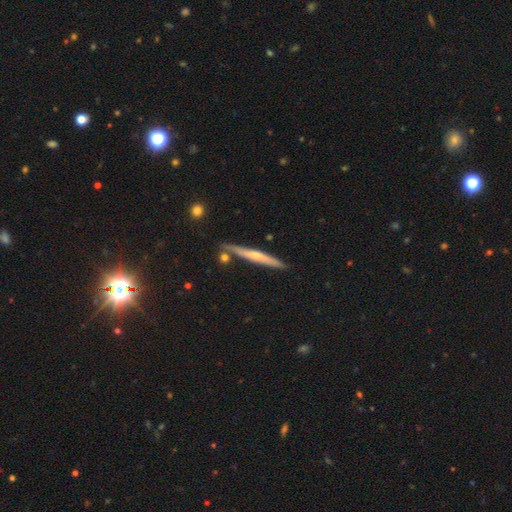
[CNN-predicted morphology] Smooth or featured: featured or disk — 60% (smooth — 34%)
Edge-on disk: yes — 96% (no — 4%)
Edge-on bulge: rounded — 56% (none — 38%)
Merging: none — 83% (minor disturbance — 10%)